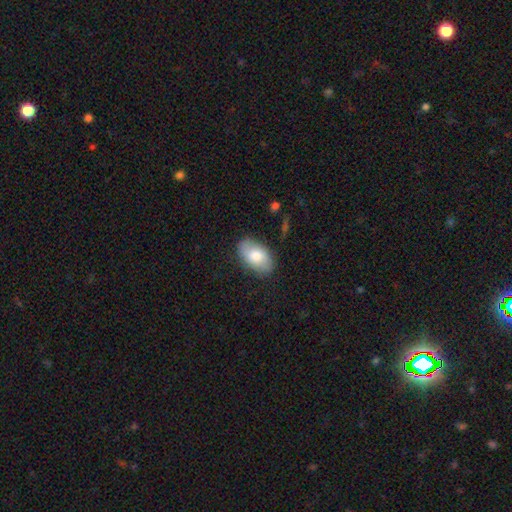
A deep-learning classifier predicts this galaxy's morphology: type=smooth (76%); roundness=in between (94%); merging=none (82%).